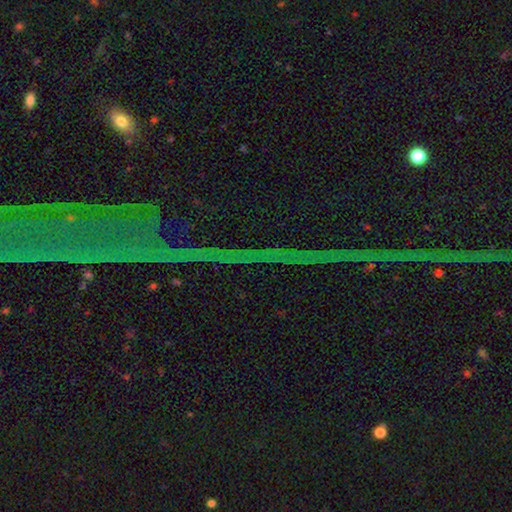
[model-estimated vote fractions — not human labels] The model was most divided on "smooth or featured": star or artifact: 82%, featured or disk: 10%, smooth: 8%.